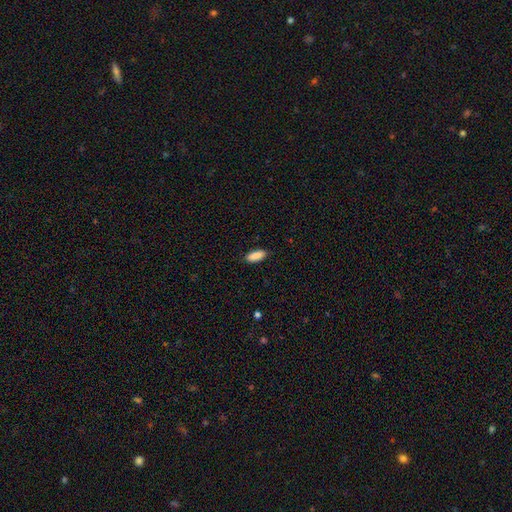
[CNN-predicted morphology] This appears to be a smooth galaxy with no disk features (90%) that is in between round and cigar-shaped (78%). Merging: none (88%).